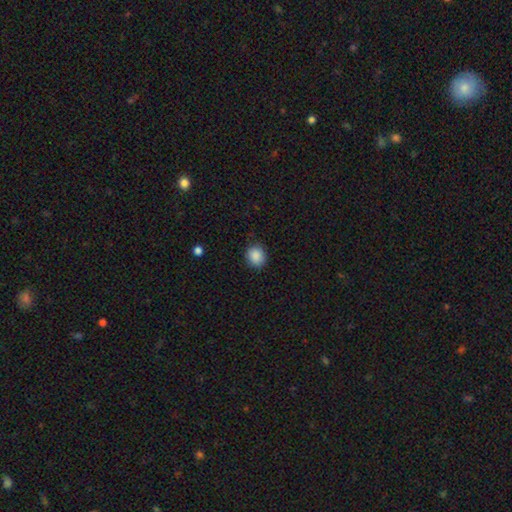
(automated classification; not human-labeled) Smooth or featured?
  - smooth: 88% *
  - star or artifact: 9%
  - featured or disk: 4%
How rounded?
  - round: 83% *
  - in between: 16%
  - cigar-shaped: 1%
Merging?
  - none: 87% *
  - minor disturbance: 9%
  - major disturbance: 2%
  - merger: 1%